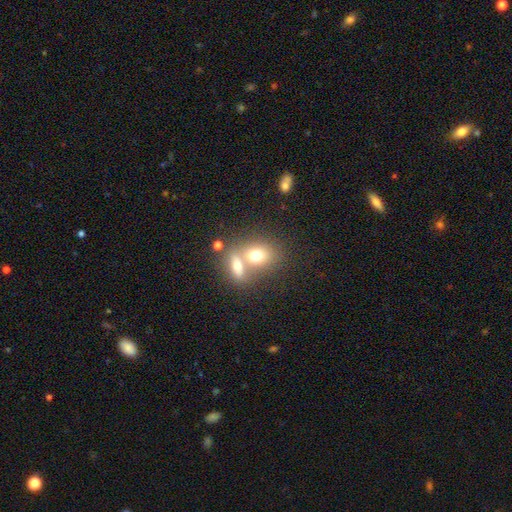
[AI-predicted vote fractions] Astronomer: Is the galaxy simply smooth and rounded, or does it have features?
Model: smooth — 71%.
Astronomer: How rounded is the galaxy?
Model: in between — 56% (runner-up: round, 41%).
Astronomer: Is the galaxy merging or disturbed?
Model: merger — 55% (runner-up: none, 34%).